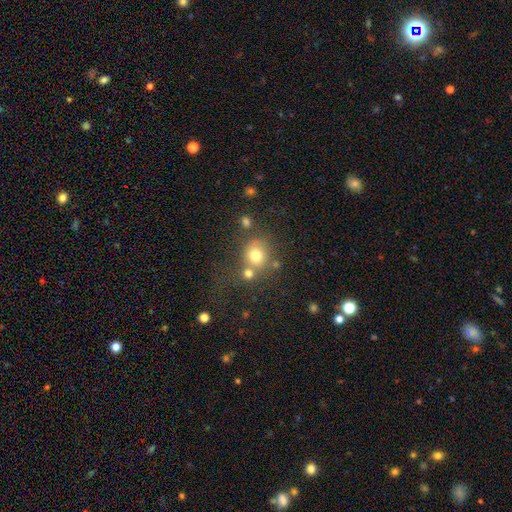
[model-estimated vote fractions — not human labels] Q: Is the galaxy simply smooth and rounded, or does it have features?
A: smooth — 74%.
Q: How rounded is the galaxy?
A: round — 78%.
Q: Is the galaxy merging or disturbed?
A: none — 52%.